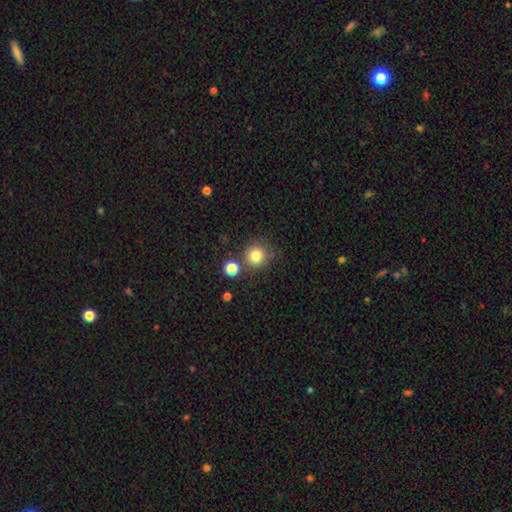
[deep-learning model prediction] The model was most divided on "smooth or featured": smooth: 81%, star or artifact: 12%, featured or disk: 7%. More confident: how rounded — round (93%); merging — none (79%).